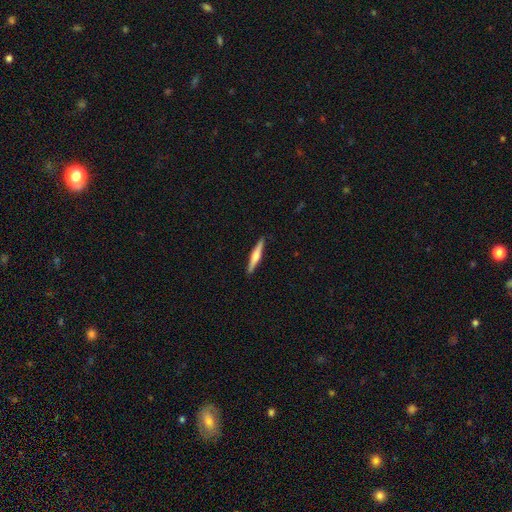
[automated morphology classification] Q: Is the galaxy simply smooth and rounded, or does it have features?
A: featured or disk — 56%.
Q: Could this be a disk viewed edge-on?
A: yes — 98%.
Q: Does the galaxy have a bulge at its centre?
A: rounded — 79%.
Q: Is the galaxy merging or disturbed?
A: none — 92%.